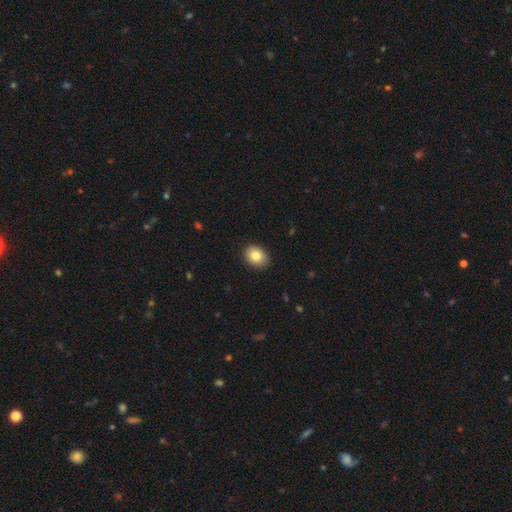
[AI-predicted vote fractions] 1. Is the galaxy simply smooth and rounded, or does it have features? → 84% smooth, 8% featured or disk, 8% star or artifact.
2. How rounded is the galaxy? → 64% in between, 35% round, 1% cigar-shaped.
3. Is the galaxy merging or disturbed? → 90% none, 8% minor disturbance, 2% major disturbance, 1% merger.